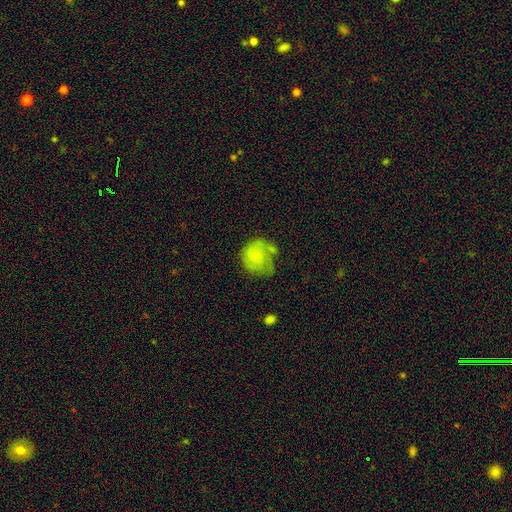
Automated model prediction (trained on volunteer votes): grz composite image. It shows a smooth galaxy with no disk features (53%) that is round (77%). Merging: none (44%).